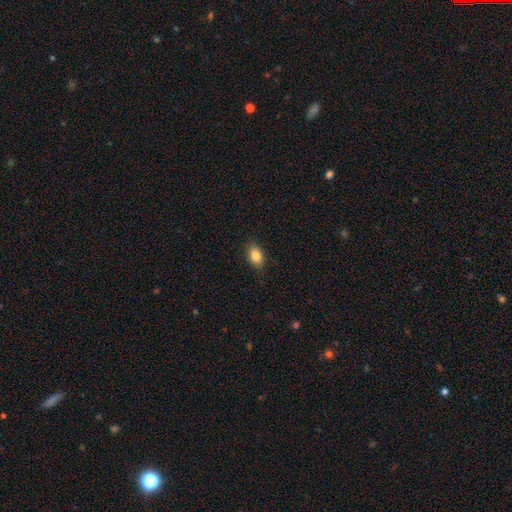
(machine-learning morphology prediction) The model was most divided on "how rounded": in between: 84%, round: 15%, cigar-shaped: 2%. More confident: merging — none (87%); smooth or featured — smooth (85%).